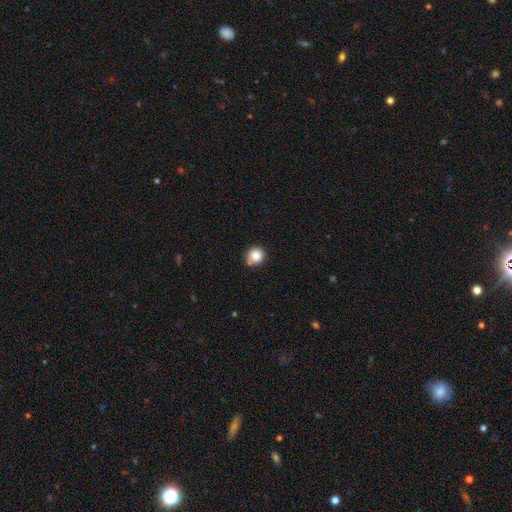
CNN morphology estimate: A smooth galaxy with no disk features (83%) that is round (90%).

Vote fractions:
- Smooth or featured? smooth: 83% / star or artifact: 10% / featured or disk: 7%
- How rounded? round: 90% / in between: 9% / cigar-shaped: 1%
- Merging? none: 72% / minor disturbance: 18% / merger: 7% / major disturbance: 3%